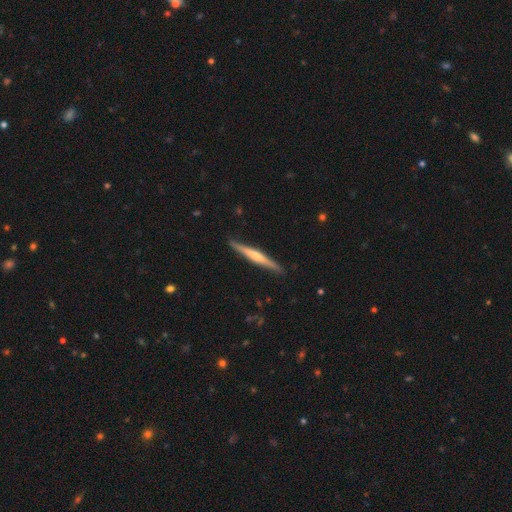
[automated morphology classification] Smooth or featured? featured or disk (60%)
Edge-on disk? yes (97%)
Edge-on bulge? rounded (60%)
Merging? none (89%)